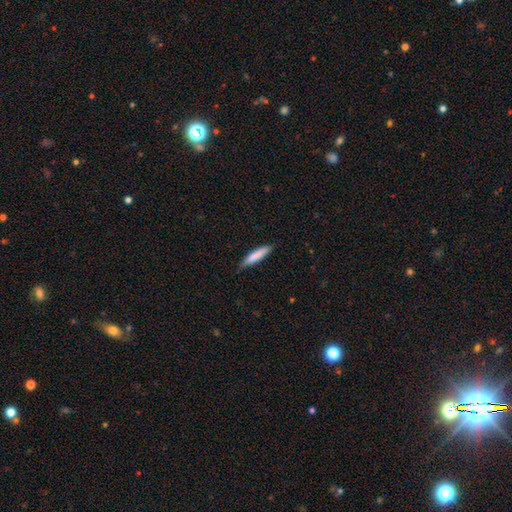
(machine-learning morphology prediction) type=smooth (81%); roundness=cigar-shaped (85%); merging=none (76%).